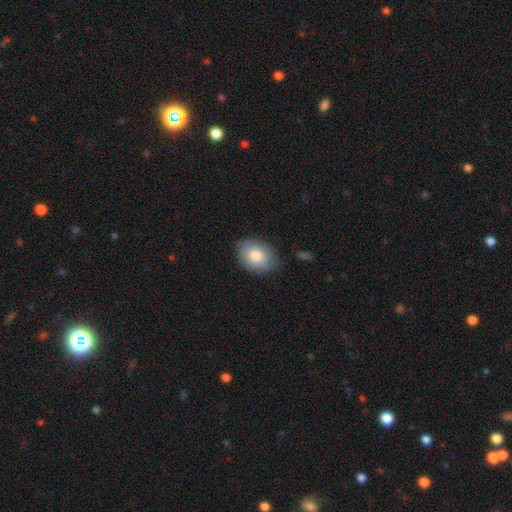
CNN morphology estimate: type=smooth (80%); roundness=in between (69%); merging=none (76%).